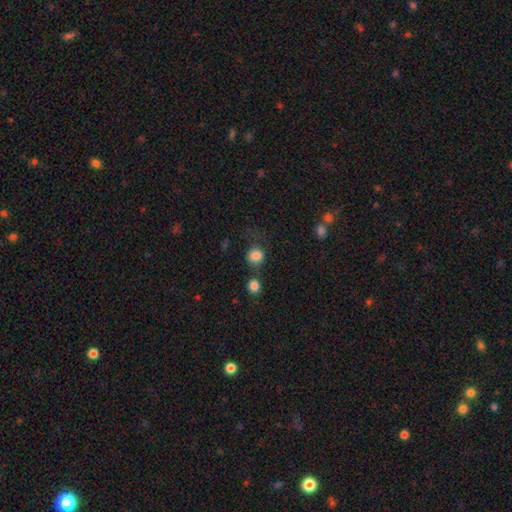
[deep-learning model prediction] Overall: smooth (83%). How rounded: round (72%). Merging: none (58%).